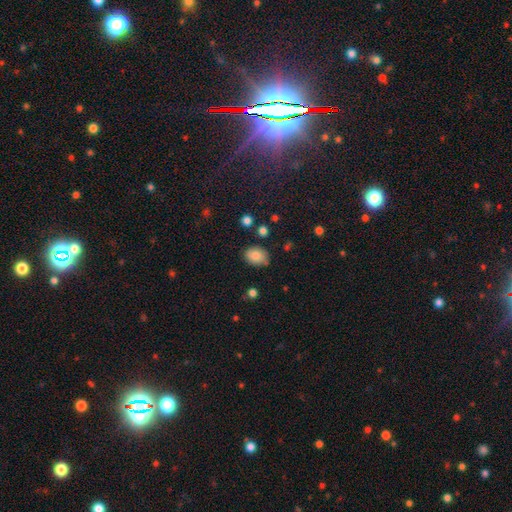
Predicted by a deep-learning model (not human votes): Q: Smooth or featured?
A: smooth (83%); runner-up: star or artifact (9%)
Q: How rounded?
A: in between (73%); runner-up: round (26%)
Q: Merging?
A: none (77%); runner-up: minor disturbance (17%)